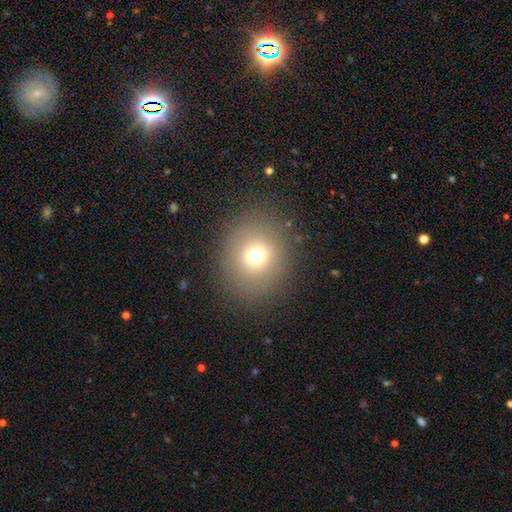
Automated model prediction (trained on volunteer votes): A smooth galaxy with no disk features (70%) that is round (86%). Merging: none (87%).